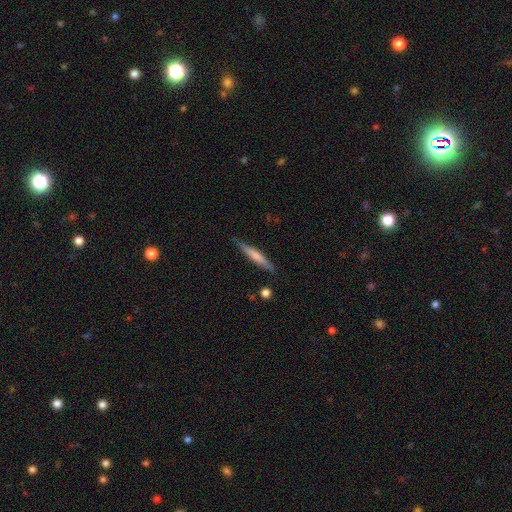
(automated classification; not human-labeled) Smooth or featured: smooth — 59% (featured or disk — 36%)
How rounded: cigar-shaped — 93% (in between — 5%)
Merging: none — 84% (minor disturbance — 12%)